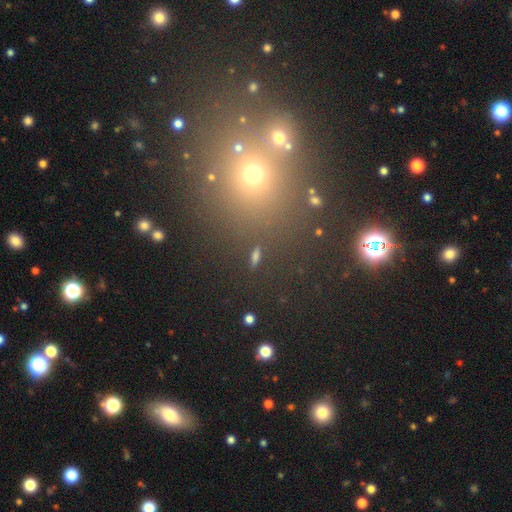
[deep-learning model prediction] Smooth or featured? smooth (48%)
Merging? none (76%)